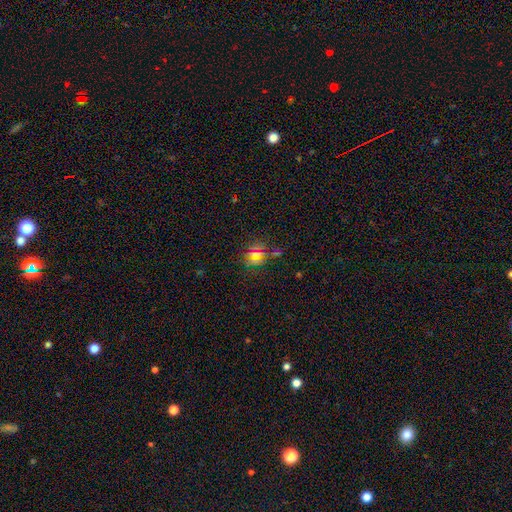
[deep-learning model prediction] Smooth or featured? Predicted: smooth (p=0.49). Merging? Predicted: none (p=0.73).